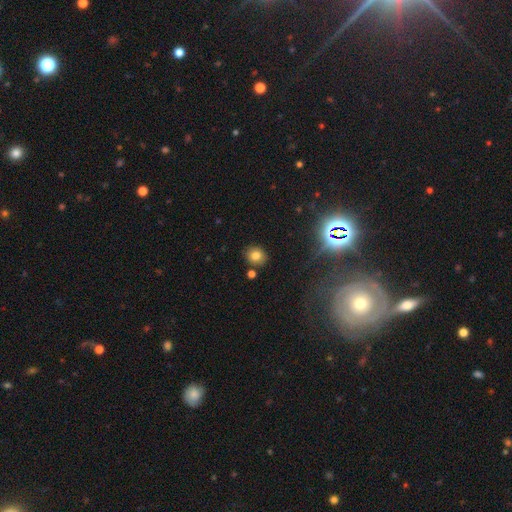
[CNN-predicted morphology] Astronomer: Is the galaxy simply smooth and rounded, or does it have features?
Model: smooth — 79%.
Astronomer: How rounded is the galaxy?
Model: round — 69%.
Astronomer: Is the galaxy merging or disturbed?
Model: none — 82%.